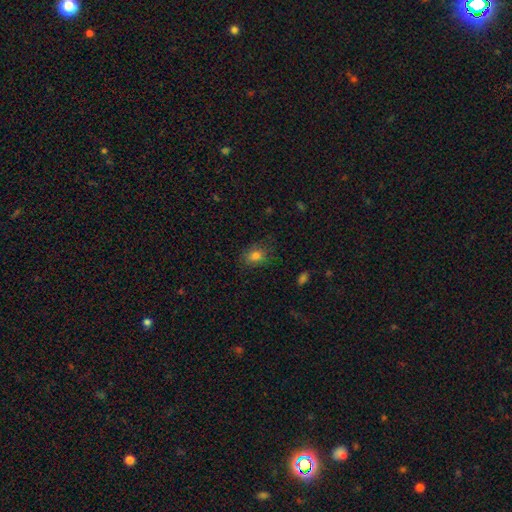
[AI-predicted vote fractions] Smooth or featured: smooth — 81% (star or artifact — 12%)
How rounded: in between — 61% (round — 37%)
Merging: none — 76% (minor disturbance — 17%)